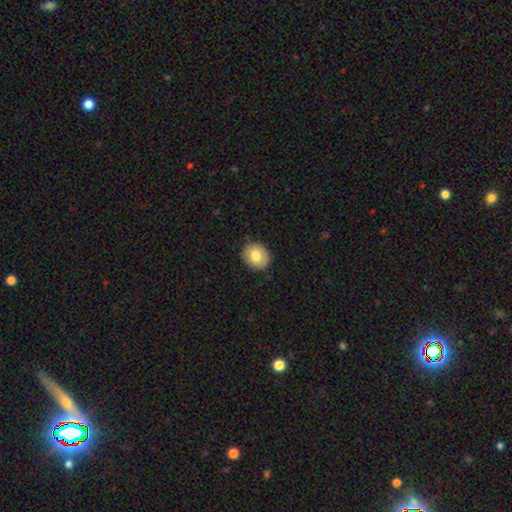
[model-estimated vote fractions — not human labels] Q: Smooth or featured?
A: smooth (76%); runner-up: featured or disk (16%)
Q: How rounded?
A: round (62%); runner-up: in between (37%)
Q: Merging?
A: none (86%); runner-up: minor disturbance (11%)